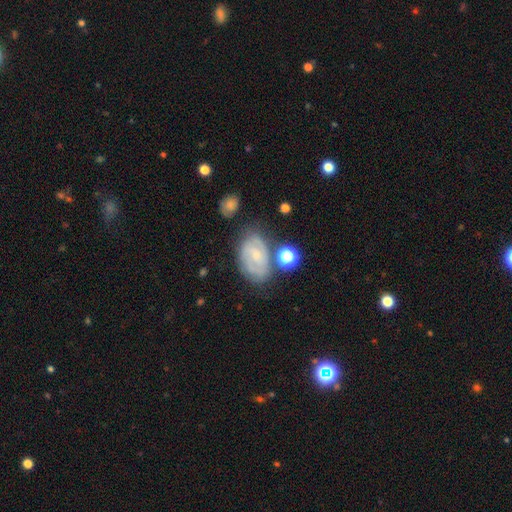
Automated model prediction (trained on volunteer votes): smooth-or-featured: featured or disk: 69% | smooth: 22% | star or artifact: 9%
  disk-edge-on: no: 96% | yes: 4%
    bar: no: 45% | weak: 44% | strong: 10%
    has-spiral-arms: yes: 87% | no: 13%
      spiral-winding: tight: 53% | medium: 36% | loose: 11%
      spiral-arm-count: 2: 57% | can't tell: 27% | 3: 8% | 1: 4% | 4: 2% | more than 4: 2%
    bulge-size: small: 66% | moderate: 22% | none: 9% | large: 1% | dominant: 1%
  merging: none: 66% | minor disturbance: 20% | major disturbance: 7% | merger: 7%